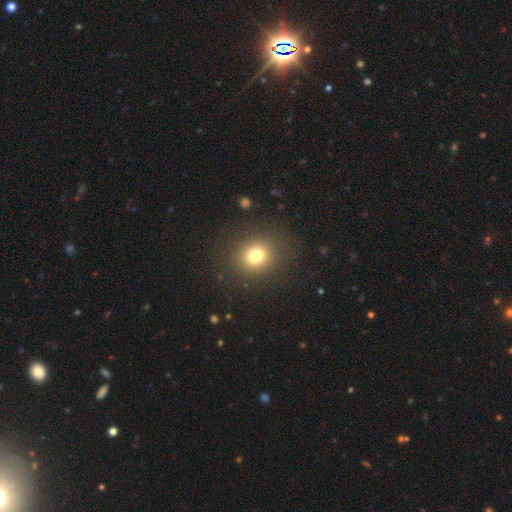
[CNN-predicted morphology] A smooth galaxy with no disk features (75%) that is round (81%). Merging: none (86%).